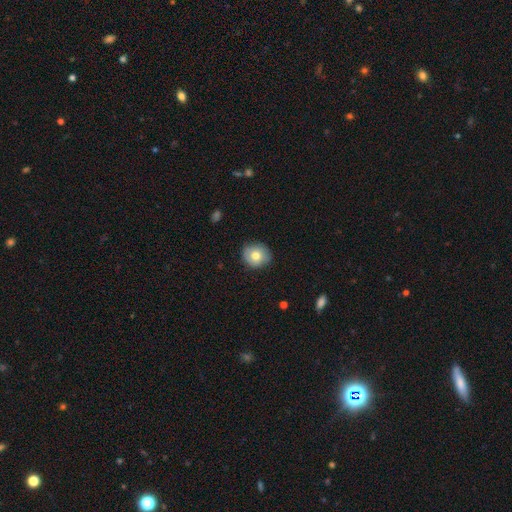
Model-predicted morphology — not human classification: Q: Smooth or featured?
A: smooth (73%); runner-up: featured or disk (19%)
Q: How rounded?
A: round (84%); runner-up: in between (15%)
Q: Merging?
A: none (84%); runner-up: minor disturbance (13%)